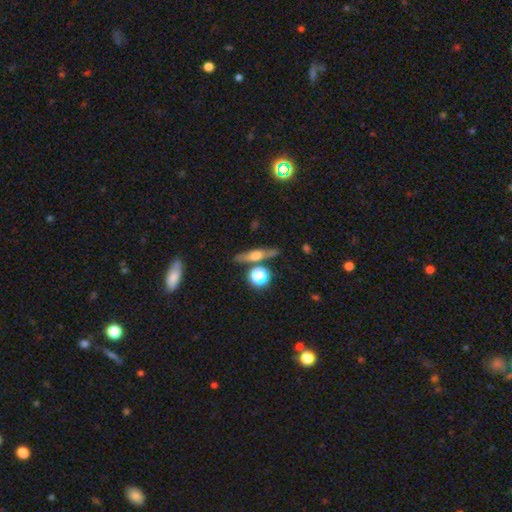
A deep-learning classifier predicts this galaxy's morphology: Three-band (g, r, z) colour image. It shows a featured or disk galaxy (54%) viewed edge-on (91%). Merging: none (79%).